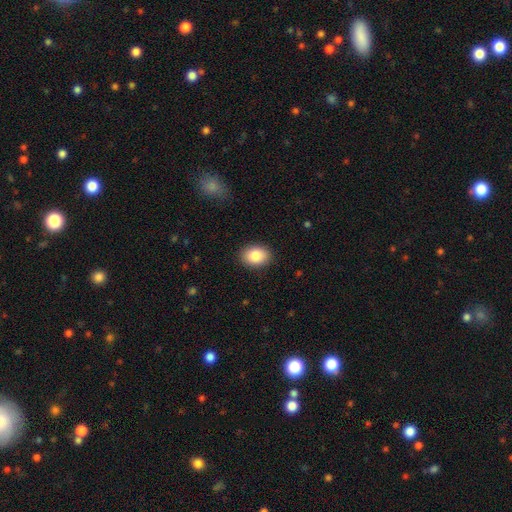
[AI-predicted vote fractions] This is clearly a smooth galaxy (86%). How rounded: likely in between (74%). Merging: clearly none (89%).